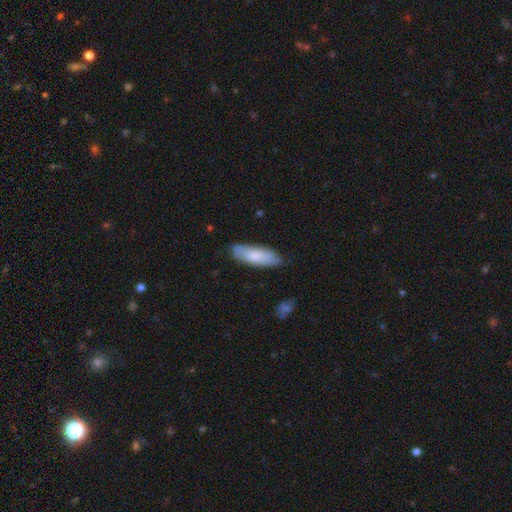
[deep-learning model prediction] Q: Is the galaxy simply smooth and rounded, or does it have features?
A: smooth — 75%.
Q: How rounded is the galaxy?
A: in between — 59%.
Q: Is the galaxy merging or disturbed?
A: none — 76%.